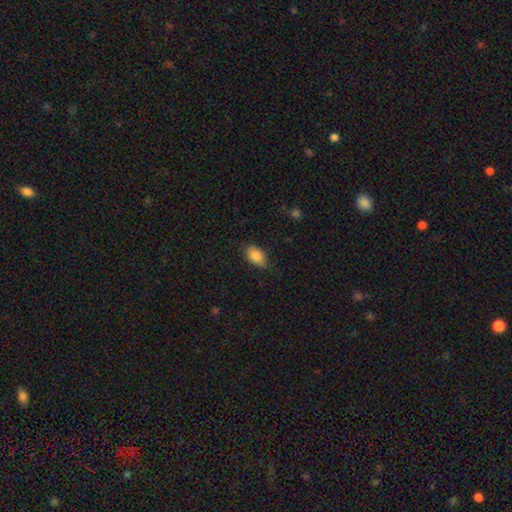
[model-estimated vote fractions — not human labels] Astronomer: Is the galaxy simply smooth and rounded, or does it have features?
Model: smooth — 86%.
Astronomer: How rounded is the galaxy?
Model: in between — 90%.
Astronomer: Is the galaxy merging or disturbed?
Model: none — 78%.